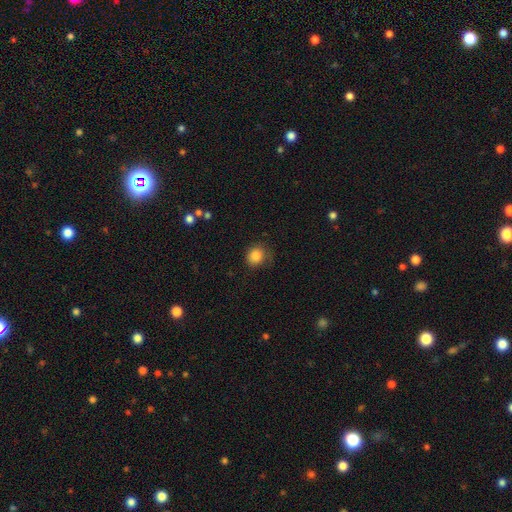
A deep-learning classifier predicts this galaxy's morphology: type=smooth (85%); roundness=round (78%); merging=none (70%).